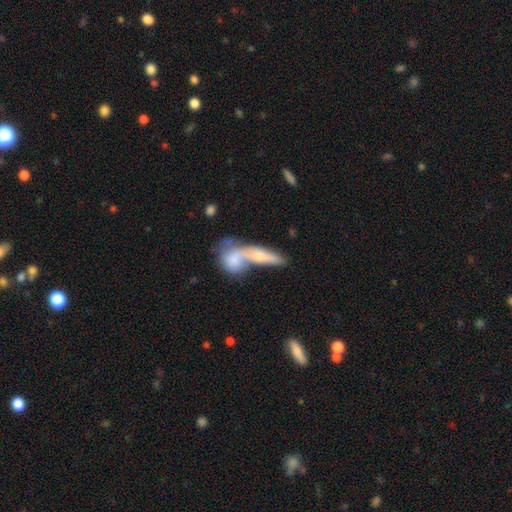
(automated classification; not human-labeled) Morphology: type=smooth (50%); roundness=cigar-shaped (49%); merging=merger (64%).